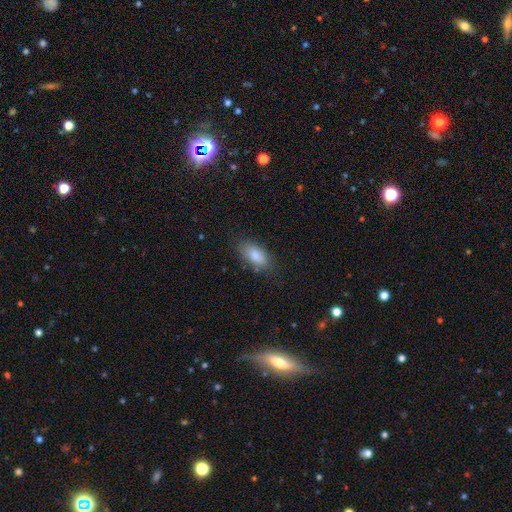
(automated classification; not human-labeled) smooth_or_featured: smooth (p=0.85) [alt: featured or disk p=0.07]
how_rounded: in between (p=0.90) [alt: cigar-shaped p=0.06]
merging: none (p=0.80) [alt: minor disturbance p=0.15]